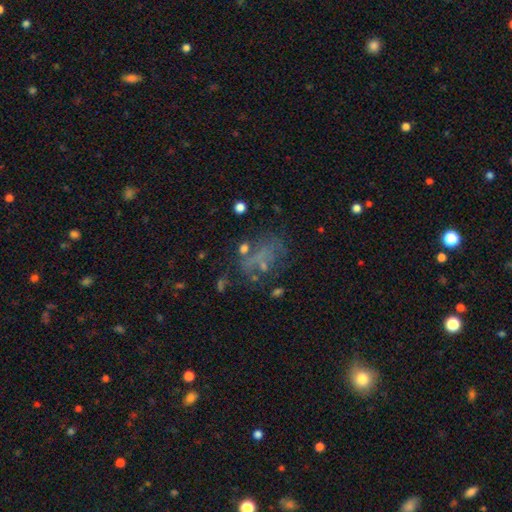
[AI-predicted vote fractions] Morphology: type=featured or disk (36%); merging=none (49%).